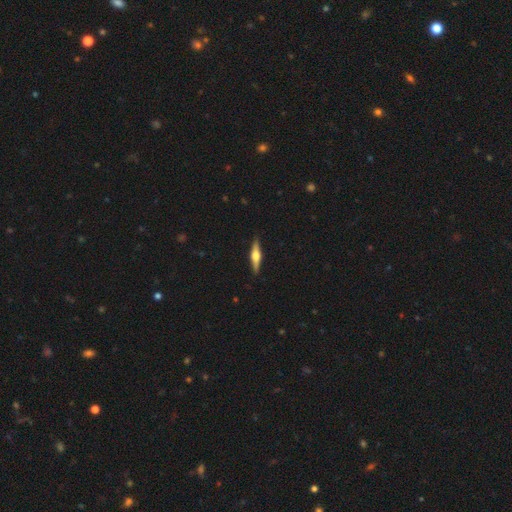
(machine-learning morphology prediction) This is likely a featured or disk galaxy (69%). It is clearly viewed edge-on (97%). Edge-on bulge: clearly rounded (91%). Merging: clearly none (90%).